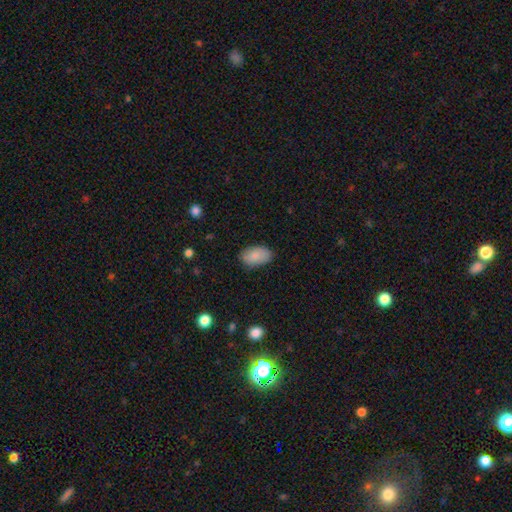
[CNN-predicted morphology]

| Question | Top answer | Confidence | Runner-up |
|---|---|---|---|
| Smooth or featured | smooth | 84% | featured or disk (9%) |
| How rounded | in between | 92% | round (6%) |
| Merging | none | 78% | minor disturbance (17%) |